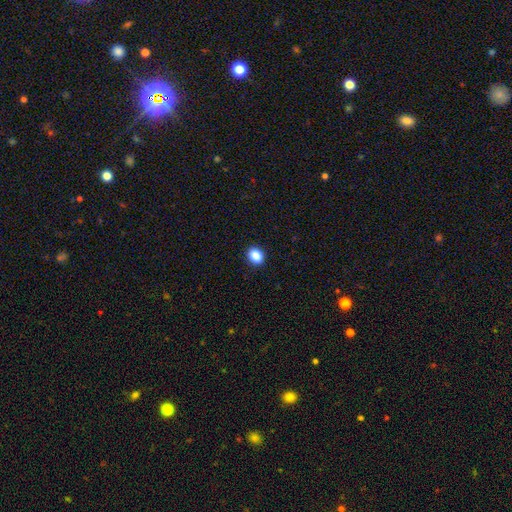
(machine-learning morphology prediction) A smooth galaxy with no disk features (88%) that is round (54%).

Vote fractions:
- Smooth or featured? smooth: 88% / star or artifact: 9% / featured or disk: 3%
- How rounded? round: 54% / in between: 45% / cigar-shaped: 1%
- Merging? none: 92% / minor disturbance: 6% / major disturbance: 2% / merger: 1%